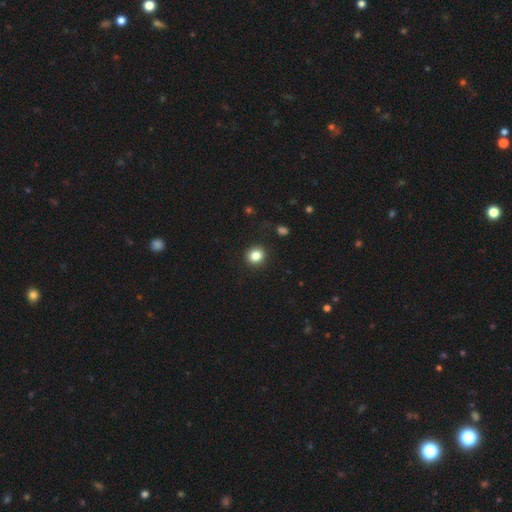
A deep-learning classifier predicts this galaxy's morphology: The model was most divided on "smooth or featured": smooth: 83%, star or artifact: 11%, featured or disk: 6%. More confident: merging — none (92%); how rounded — round (88%).